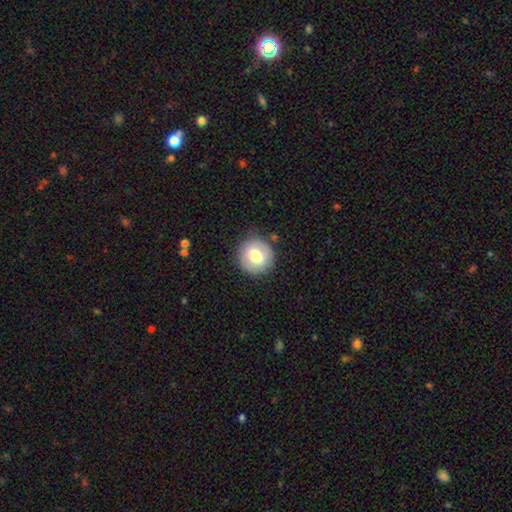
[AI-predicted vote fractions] This appears to be a smooth galaxy with no disk features (73%) that is round (92%). Merging: none (86%).